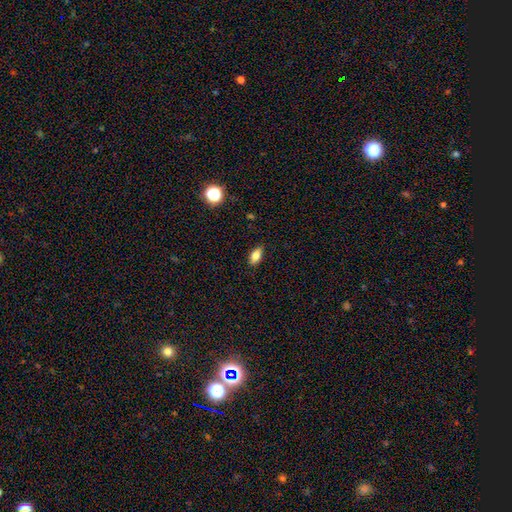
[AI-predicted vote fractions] Q: Smooth or featured?
A: smooth (81%); runner-up: featured or disk (9%)
Q: How rounded?
A: in between (87%); runner-up: cigar-shaped (8%)
Q: Merging?
A: none (86%); runner-up: minor disturbance (10%)